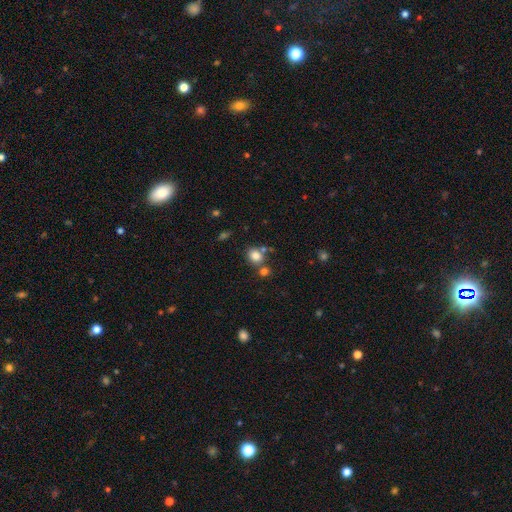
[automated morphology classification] smooth 82%, star or artifact 12%, featured or disk 7%. Down the decision tree: how rounded — round (62%); merging — none (64%).